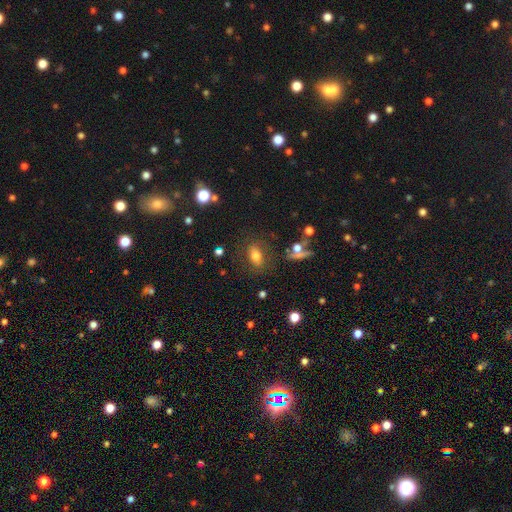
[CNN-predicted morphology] Smooth or featured: smooth — 66% (featured or disk — 19%)
How rounded: in between — 78% (round — 15%)
Merging: none — 76% (minor disturbance — 13%)